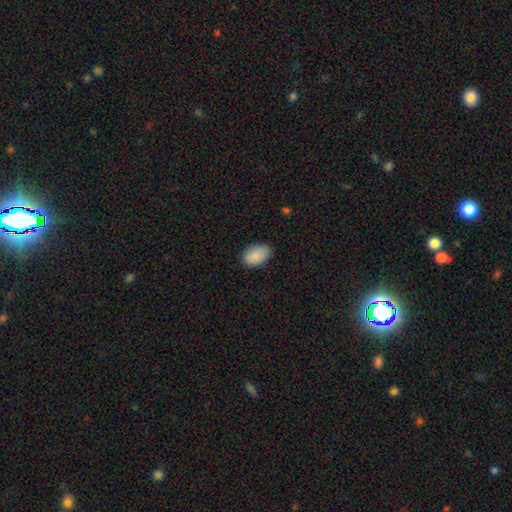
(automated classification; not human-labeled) The model was most divided on "merging": none: 79%, minor disturbance: 17%, major disturbance: 3%, merger: 1%. More confident: how rounded — in between (89%); smooth or featured — smooth (89%).